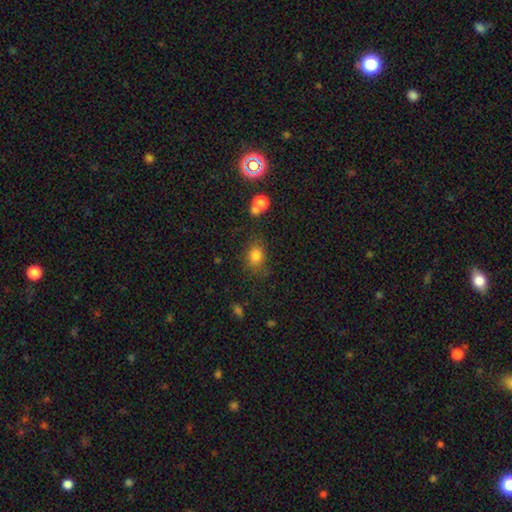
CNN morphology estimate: Overall: smooth (82%). How rounded: in between (57%; round 42%). Merging: none (70%).